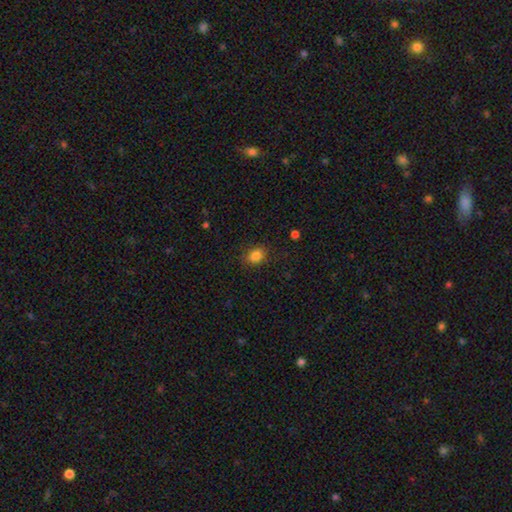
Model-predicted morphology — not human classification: Q: Smooth or featured?
A: smooth (84%); runner-up: star or artifact (11%)
Q: How rounded?
A: in between (51%); runner-up: round (48%)
Q: Merging?
A: none (84%); runner-up: minor disturbance (11%)